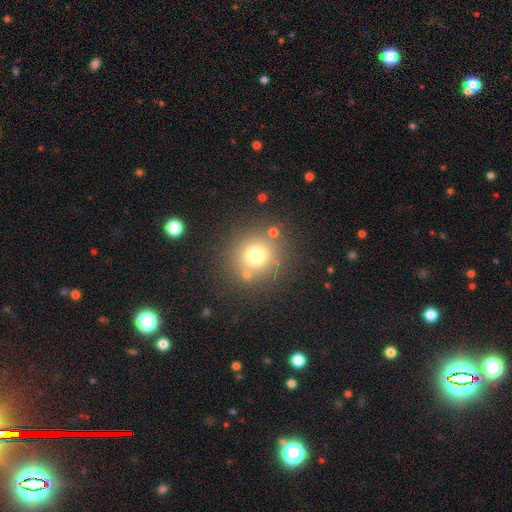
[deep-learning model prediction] Morphology: type=smooth (71%); roundness=round (92%); merging=none (79%).